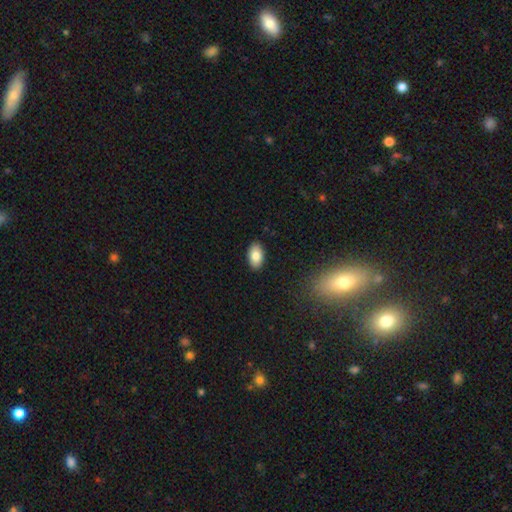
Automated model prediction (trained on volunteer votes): A smooth galaxy with no disk features (84%) that is in between round and cigar-shaped (93%).

Vote fractions:
- Smooth or featured? smooth: 84% / featured or disk: 9% / star or artifact: 7%
- How rounded? in between: 93% / round: 5% / cigar-shaped: 1%
- Merging? none: 89% / minor disturbance: 8% / major disturbance: 2% / merger: 1%